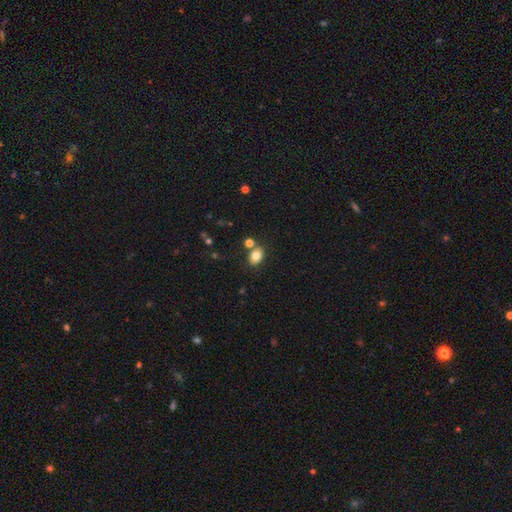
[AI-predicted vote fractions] Smooth or featured? smooth (80%)
How rounded? in between (74%)
Merging? none (73%)